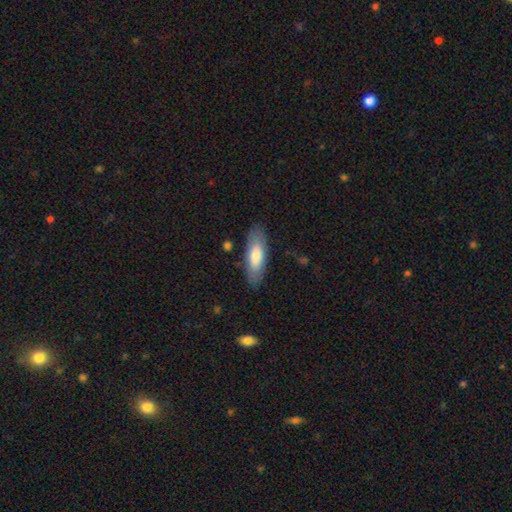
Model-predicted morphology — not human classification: Overall: smooth (73%). How rounded: in between (64%; cigar-shaped 34%). Merging: none (85%).